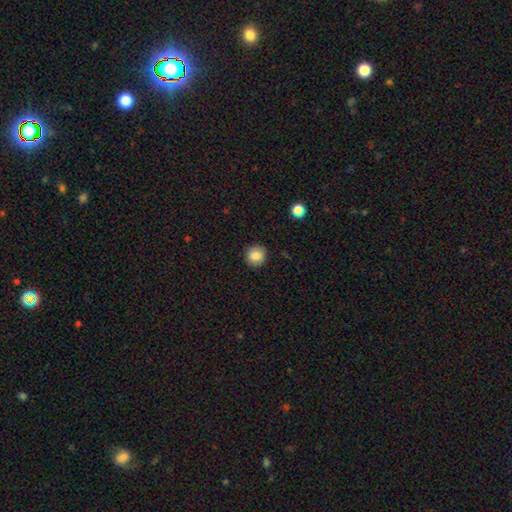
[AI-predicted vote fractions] The model was most divided on "smooth or featured": smooth: 85%, star or artifact: 9%, featured or disk: 6%. More confident: how rounded — round (93%); merging — none (91%).